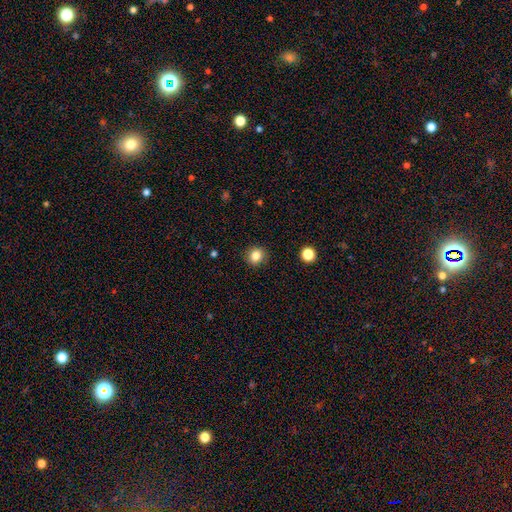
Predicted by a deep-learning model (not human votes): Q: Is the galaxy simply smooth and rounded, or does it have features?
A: smooth — 83%.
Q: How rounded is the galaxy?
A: round — 85%.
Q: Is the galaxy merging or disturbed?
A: none — 90%.